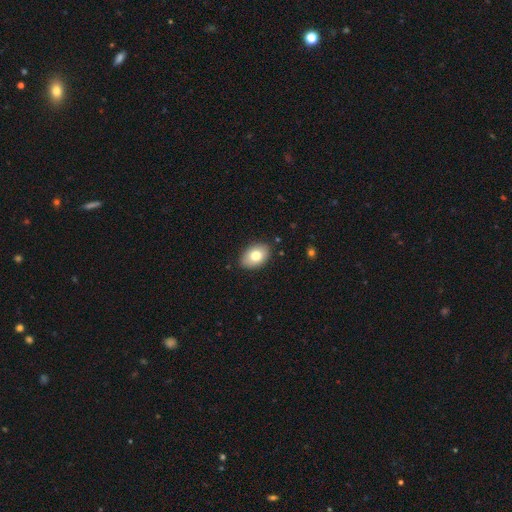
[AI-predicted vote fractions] Smooth or featured: smooth — 78% (featured or disk — 15%)
How rounded: in between — 84% (round — 15%)
Merging: none — 87% (minor disturbance — 10%)